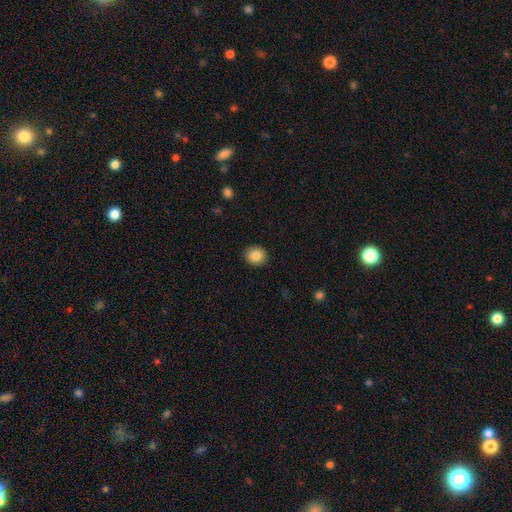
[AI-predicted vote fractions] Smooth or featured: smooth — 85% (star or artifact — 9%)
How rounded: round — 81% (in between — 18%)
Merging: none — 92% (minor disturbance — 6%)